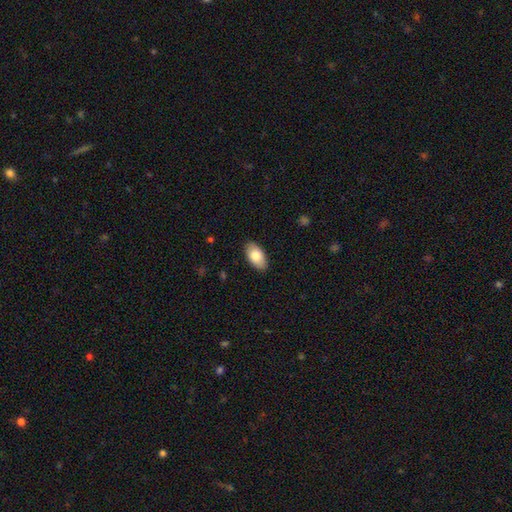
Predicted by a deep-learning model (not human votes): A smooth galaxy with no disk features (81%) that is in between round and cigar-shaped (95%).

Vote fractions:
- Smooth or featured? smooth: 81% / featured or disk: 13% / star or artifact: 6%
- How rounded? in between: 95% / round: 3% / cigar-shaped: 2%
- Merging? none: 88% / minor disturbance: 9% / major disturbance: 2% / merger: 1%